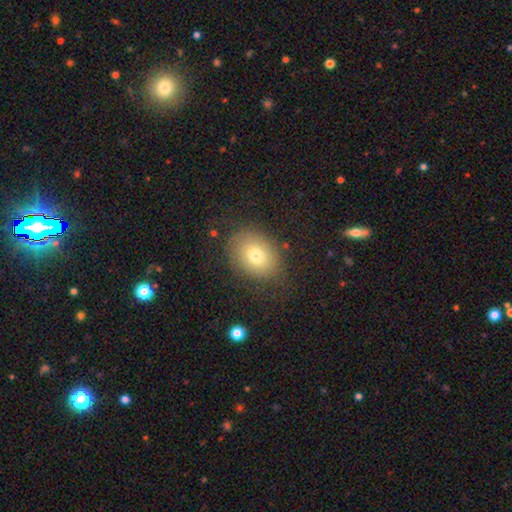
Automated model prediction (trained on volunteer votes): Overall: smooth (73%). How rounded: in between (61%; round 38%). Merging: none (76%).